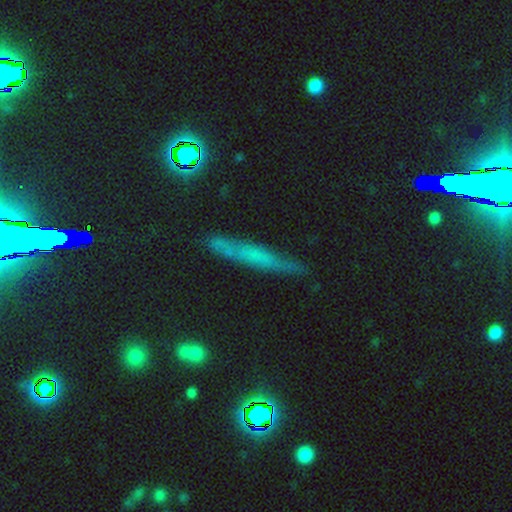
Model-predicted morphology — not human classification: Smooth or featured? smooth (43%)
Merging? none (77%)